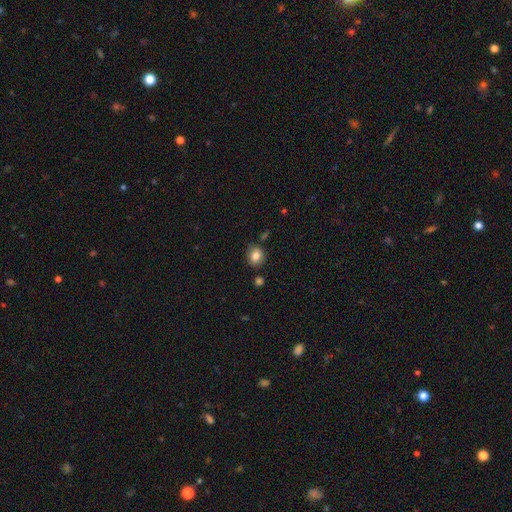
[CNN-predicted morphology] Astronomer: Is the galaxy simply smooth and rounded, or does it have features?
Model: smooth — 83%.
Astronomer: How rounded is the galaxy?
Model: round — 66%.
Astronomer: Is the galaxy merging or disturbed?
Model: none — 78%.